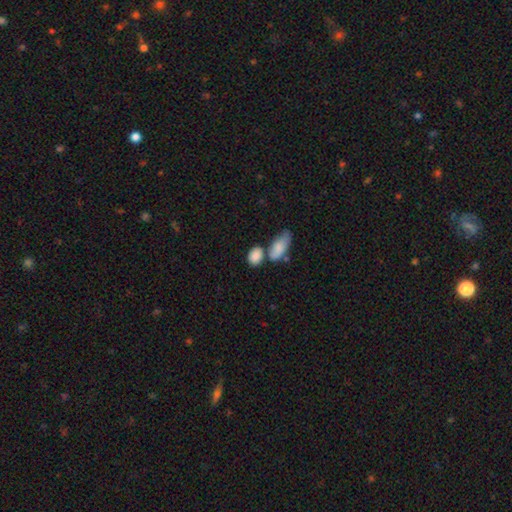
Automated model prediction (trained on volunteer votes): smooth 87%, star or artifact 7%, featured or disk 6%. Down the decision tree: how rounded — in between (76%); merging — none (52%).